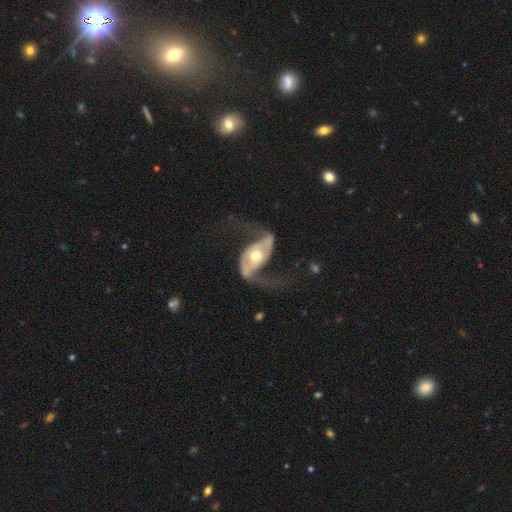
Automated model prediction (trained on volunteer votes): A featured or disk galaxy (90%) with no bar (46%), 2 (94%) loose (76%) spiral arms (94%) and a moderate central bulge (74%).

Vote fractions:
- Smooth or featured? featured or disk: 90% / smooth: 6% / star or artifact: 4%
- Edge-on disk? no: 95% / yes: 5%
- Bar? no: 46% / weak: 29% / strong: 26%
- Spiral arms? yes: 94% / no: 6%
- Spiral winding? loose: 76% / medium: 19% / tight: 5%
- Spiral arm count? 2: 94% / can't tell: 2% / 1: 2% / 3: 1% / 4: 1% / more than 4: 1%
- Bulge size? moderate: 74% / small: 14% / large: 9% / dominant: 1% / none: 1%
- Merging? none: 62% / major disturbance: 19% / minor disturbance: 16% / merger: 3%